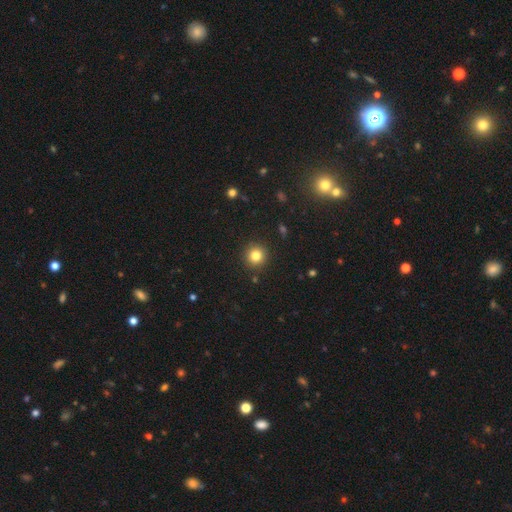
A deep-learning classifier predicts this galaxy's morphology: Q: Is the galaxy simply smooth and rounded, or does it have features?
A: smooth — 82%.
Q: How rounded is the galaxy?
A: round — 94%.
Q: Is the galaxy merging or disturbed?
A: none — 91%.